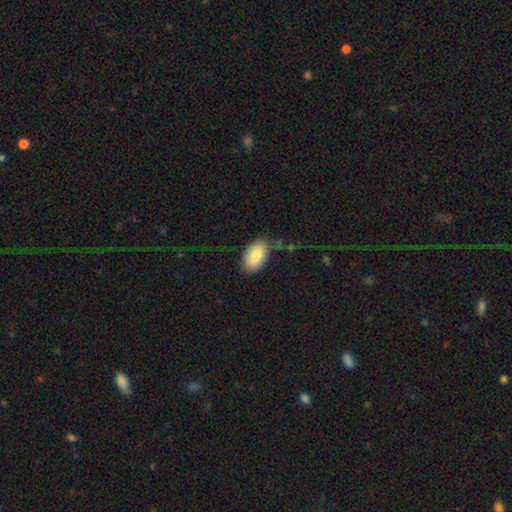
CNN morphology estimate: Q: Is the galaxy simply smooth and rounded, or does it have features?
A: smooth — 82%.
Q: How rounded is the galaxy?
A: in between — 94%.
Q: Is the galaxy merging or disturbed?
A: none — 79%.